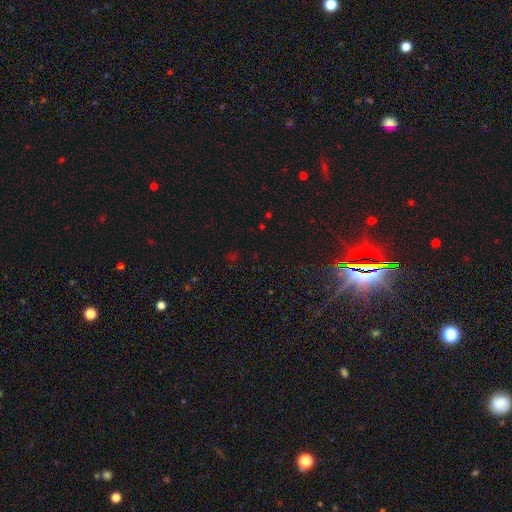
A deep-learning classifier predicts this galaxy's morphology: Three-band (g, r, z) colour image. It shows a star or artifact, not a galaxy (68%).